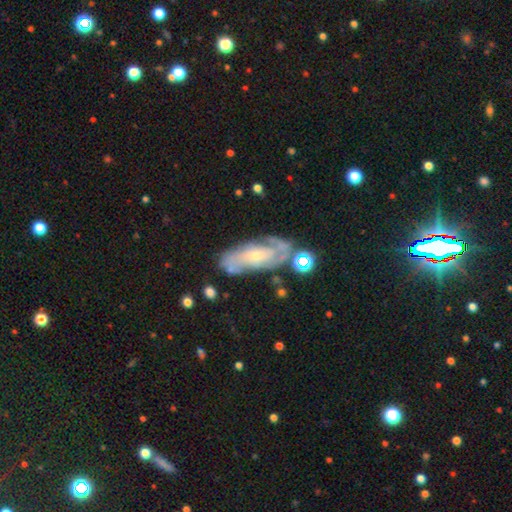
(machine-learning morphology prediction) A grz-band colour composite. It shows a featured or disk galaxy (78%) with no bar (62%), 2 (44%) tight (57%) spiral arms (90%) and a small central bulge (67%). Merging: none (64%).